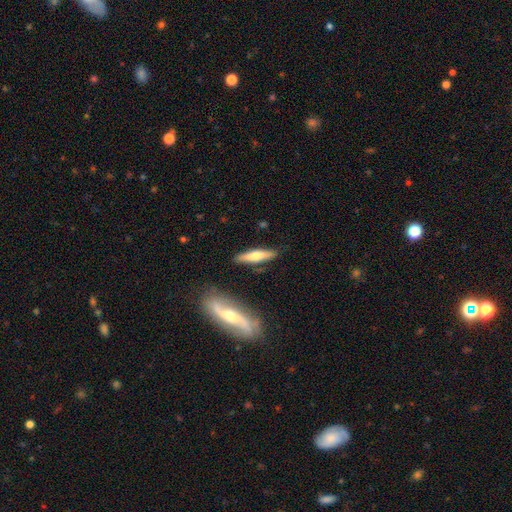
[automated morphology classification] Q: Smooth or featured?
A: smooth (51%); runner-up: featured or disk (44%)
Q: How rounded?
A: cigar-shaped (80%); runner-up: in between (18%)
Q: Merging?
A: none (84%); runner-up: minor disturbance (10%)